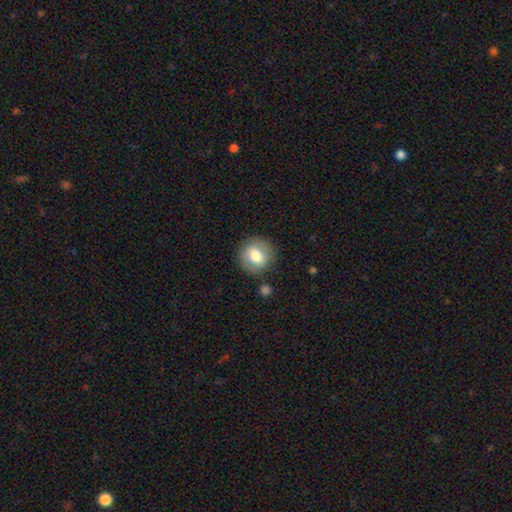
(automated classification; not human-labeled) This appears to be a smooth galaxy with no disk features (69%) that is round (86%). Merging: none (82%).